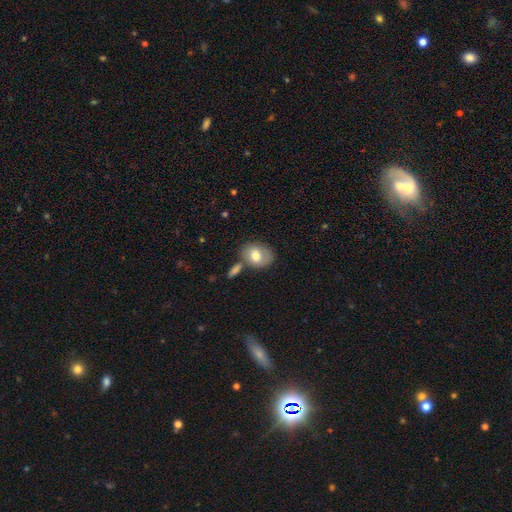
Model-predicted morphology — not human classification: The model was most divided on "how rounded": in between: 60%, round: 39%, cigar-shaped: 1%. More confident: smooth or featured — smooth (69%); merging — none (54%).